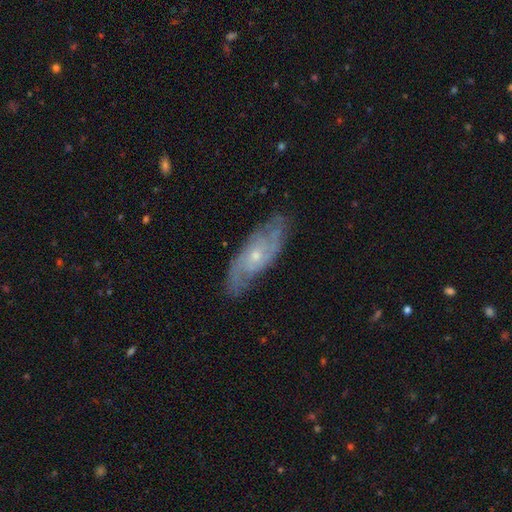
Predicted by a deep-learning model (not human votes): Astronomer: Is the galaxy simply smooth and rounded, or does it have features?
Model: featured or disk — 78%.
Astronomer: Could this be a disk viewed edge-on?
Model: no — 86%.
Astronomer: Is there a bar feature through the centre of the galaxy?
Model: no — 71%.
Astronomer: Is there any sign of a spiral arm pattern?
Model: yes — 92%.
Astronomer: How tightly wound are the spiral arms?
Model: tight — 43% (runner-up: medium, 42%).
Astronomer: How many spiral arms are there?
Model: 2 — 46% (runner-up: can't tell, 31%).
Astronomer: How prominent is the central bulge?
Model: small — 67%.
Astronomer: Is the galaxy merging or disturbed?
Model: none — 77%.